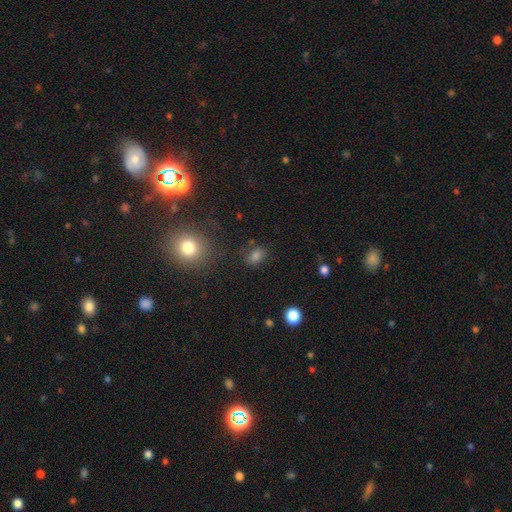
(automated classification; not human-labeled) This appears to be a smooth galaxy with no disk features (74%) that is in between round and cigar-shaped (71%). Merging: none (77%).